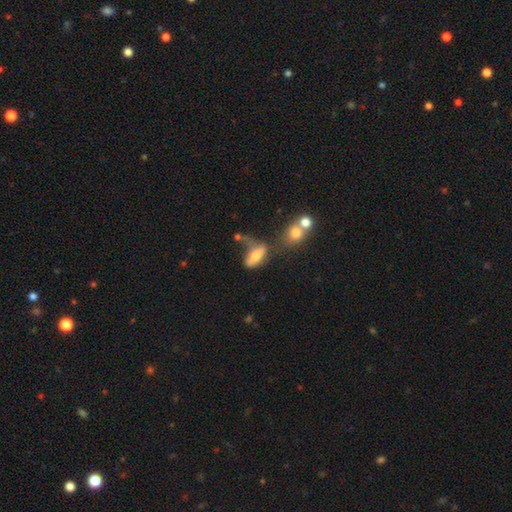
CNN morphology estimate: smooth 64%, featured or disk 25%, star or artifact 10%. Down the decision tree: how rounded — in between (82%); merging — merger (29%).